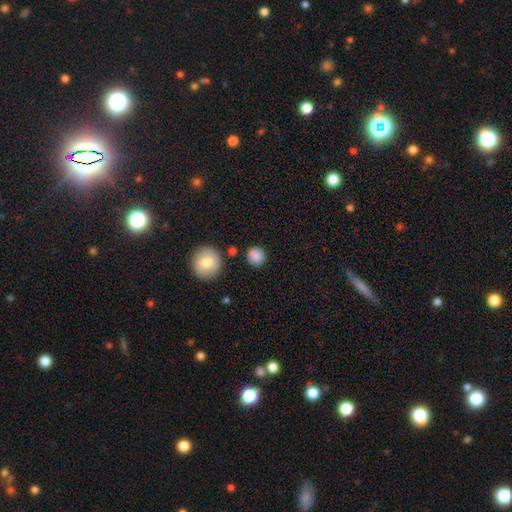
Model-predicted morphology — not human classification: Smooth or featured? Predicted: smooth (p=0.86). How rounded? Predicted: round (p=0.91). Merging? Predicted: none (p=0.84).